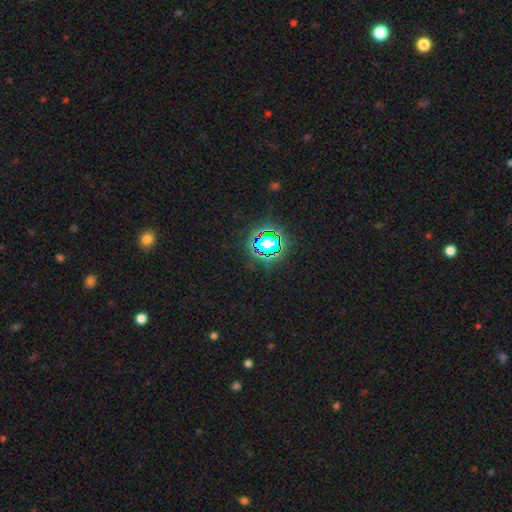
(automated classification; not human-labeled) star or artifact 81%, smooth 12%, featured or disk 7%.